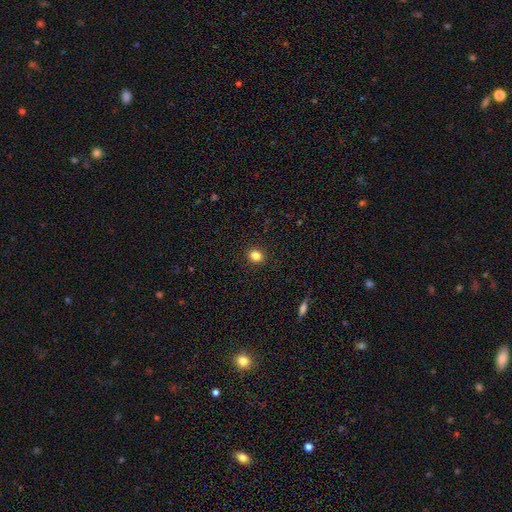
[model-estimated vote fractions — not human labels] The model was most divided on "how rounded": round: 76%, in between: 23%, cigar-shaped: 1%. More confident: merging — none (91%); smooth or featured — smooth (83%).